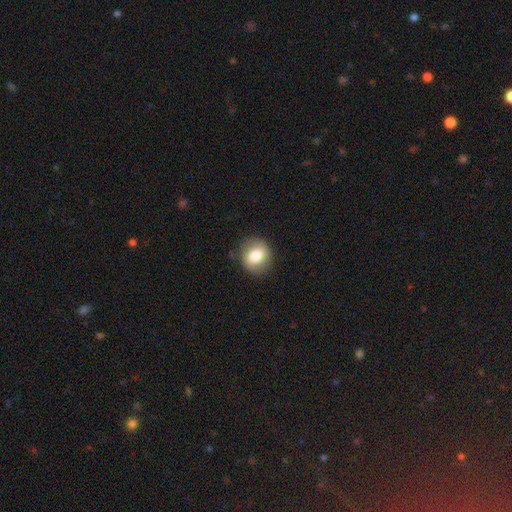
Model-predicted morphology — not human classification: Q: Smooth or featured?
A: smooth (73%); runner-up: featured or disk (19%)
Q: How rounded?
A: round (76%); runner-up: in between (23%)
Q: Merging?
A: none (85%); runner-up: minor disturbance (11%)